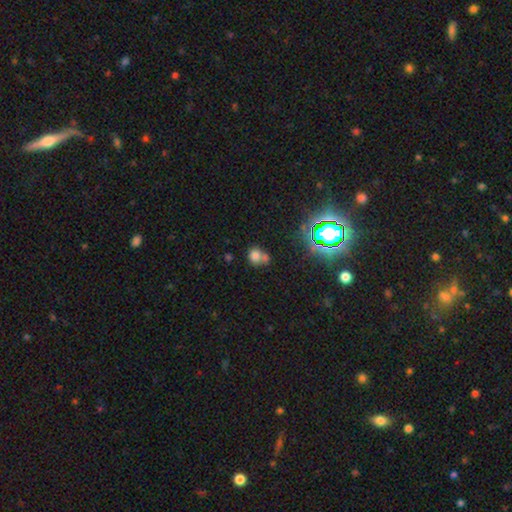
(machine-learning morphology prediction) smooth 71%, star or artifact 18%, featured or disk 12%. Down the decision tree: how rounded — round (71%); merging — merger (46%).